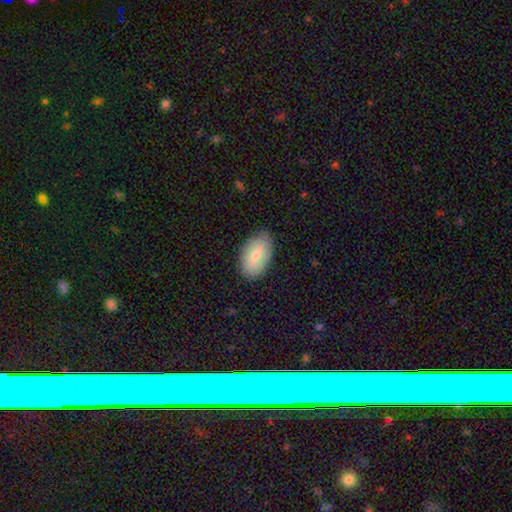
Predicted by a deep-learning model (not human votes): Smooth or featured? Predicted: smooth (p=0.72). How rounded? Predicted: in between (p=0.93). Merging? Predicted: none (p=0.81).